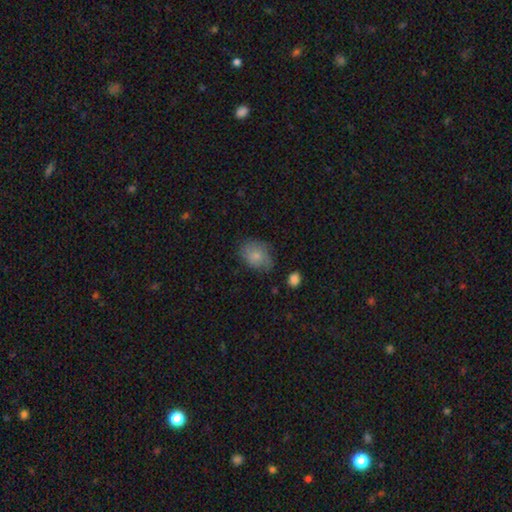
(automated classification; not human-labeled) Smooth or featured: smooth — 74% (featured or disk — 18%)
How rounded: in between — 64% (round — 35%)
Merging: none — 62% (minor disturbance — 28%)